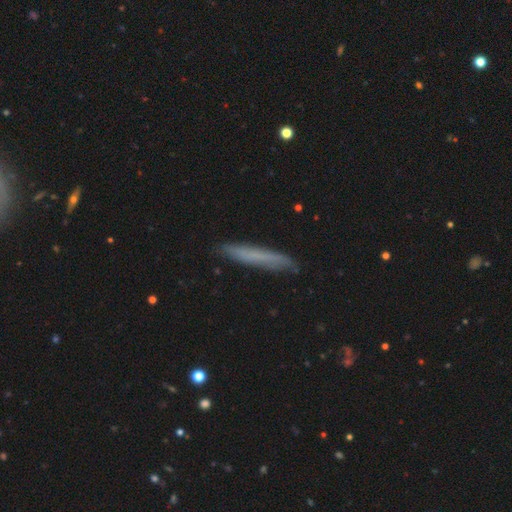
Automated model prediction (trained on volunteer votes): smooth-or-featured: smooth: 62% | featured or disk: 31% | star or artifact: 8%
  how-rounded: cigar-shaped: 95% | in between: 4% | round: 1%
  merging: none: 86% | minor disturbance: 11% | major disturbance: 2% | merger: 1%